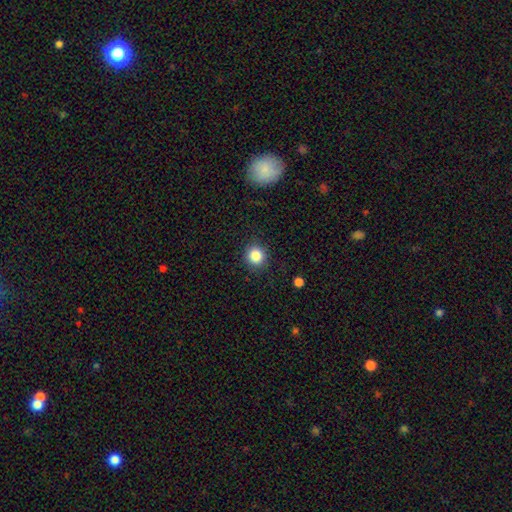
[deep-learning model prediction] smooth_or_featured: smooth (p=0.85) [alt: star or artifact p=0.10]
how_rounded: round (p=0.90) [alt: in between p=0.10]
merging: none (p=0.88) [alt: minor disturbance p=0.08]